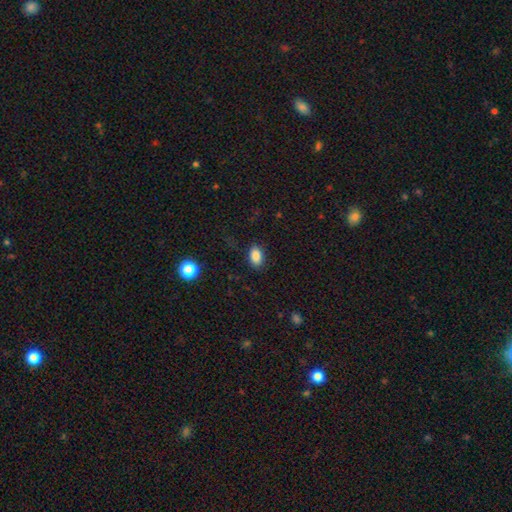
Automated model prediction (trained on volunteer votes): The model was most divided on "how rounded": in between: 86%, round: 12%, cigar-shaped: 2%. More confident: smooth or featured — smooth (86%); merging — none (86%).